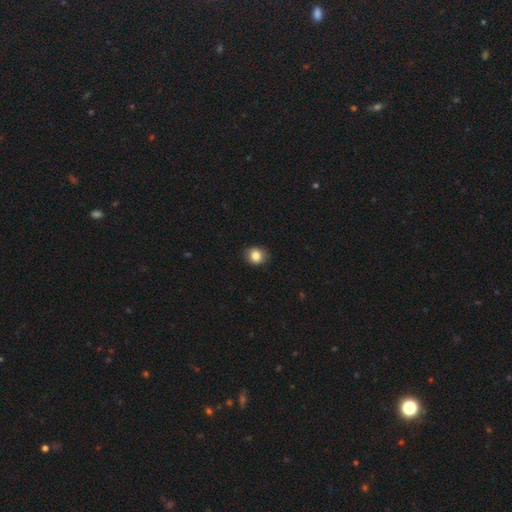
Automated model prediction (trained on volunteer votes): Morphology: type=smooth (85%); roundness=round (69%); merging=none (86%).